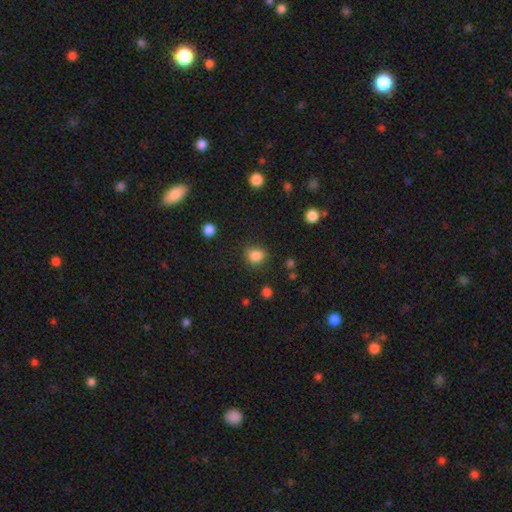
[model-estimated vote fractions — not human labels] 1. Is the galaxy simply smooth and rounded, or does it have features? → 85% smooth, 11% star or artifact, 4% featured or disk.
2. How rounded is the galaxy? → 78% round, 21% in between, 1% cigar-shaped.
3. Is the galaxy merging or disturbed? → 83% none, 11% minor disturbance, 4% major disturbance, 2% merger.